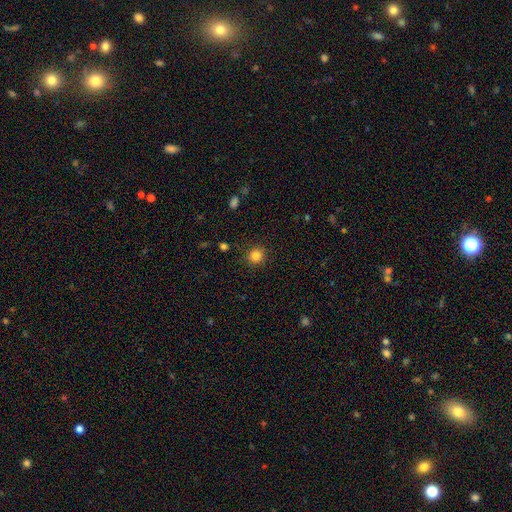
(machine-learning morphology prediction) smooth 83%, star or artifact 12%, featured or disk 5%. Down the decision tree: how rounded — round (91%); merging — none (89%).